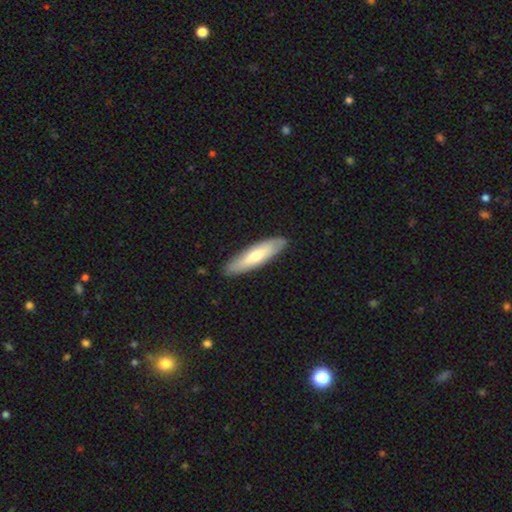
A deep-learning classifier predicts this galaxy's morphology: Smooth or featured? smooth (63%)
How rounded? cigar-shaped (67%)
Merging? none (88%)